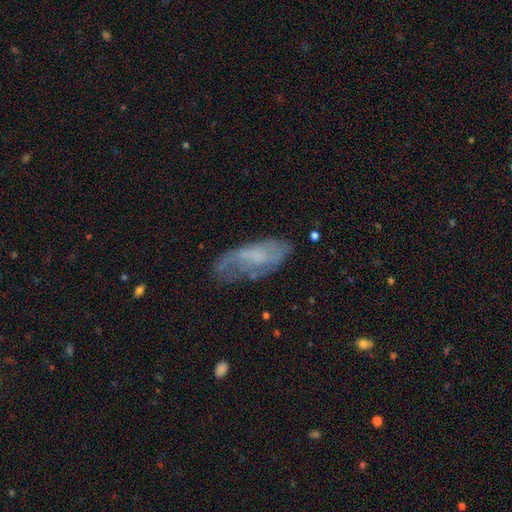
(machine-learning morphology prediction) Smooth or featured: featured or disk — 49% (smooth — 41%)
Merging: none — 53% (minor disturbance — 28%)